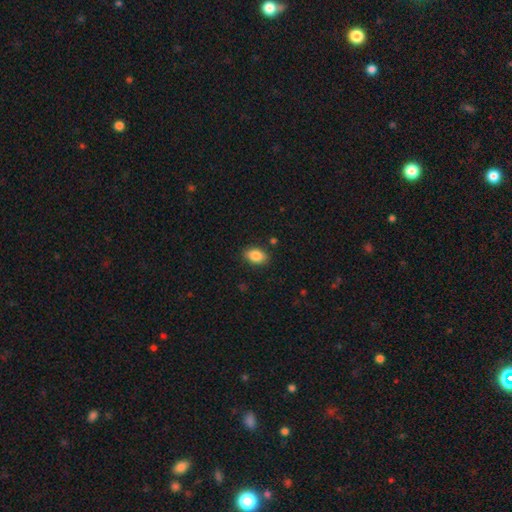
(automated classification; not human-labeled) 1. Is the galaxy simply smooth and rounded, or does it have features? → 87% smooth, 8% star or artifact, 6% featured or disk.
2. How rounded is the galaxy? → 88% in between, 10% round, 2% cigar-shaped.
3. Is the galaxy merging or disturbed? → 87% none, 9% minor disturbance, 2% major disturbance, 2% merger.